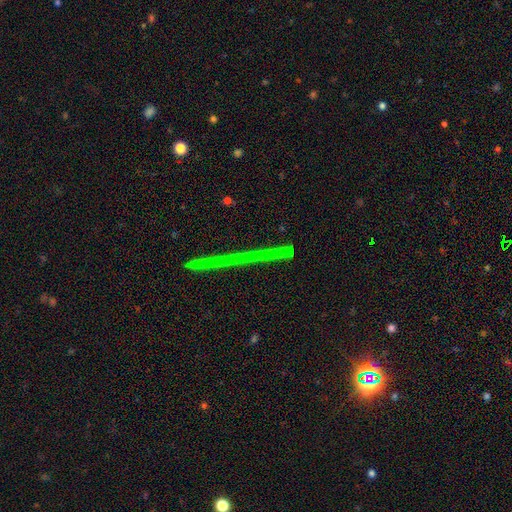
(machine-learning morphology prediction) Smooth or featured? featured or disk (56%)
Edge-on disk? yes (96%)
Edge-on bulge? none (87%)
Merging? none (90%)